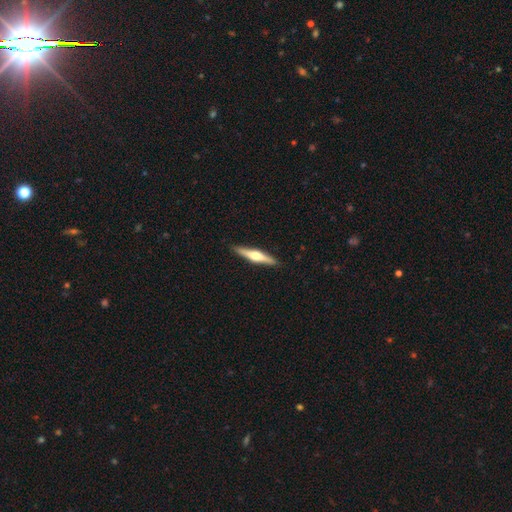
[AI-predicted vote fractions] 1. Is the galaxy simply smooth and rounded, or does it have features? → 66% featured or disk, 29% smooth, 5% star or artifact.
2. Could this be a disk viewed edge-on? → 98% yes, 2% no.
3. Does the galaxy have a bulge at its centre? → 91% rounded, 6% boxy, 3% none.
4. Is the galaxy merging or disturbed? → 91% none, 6% minor disturbance, 1% major disturbance, 1% merger.